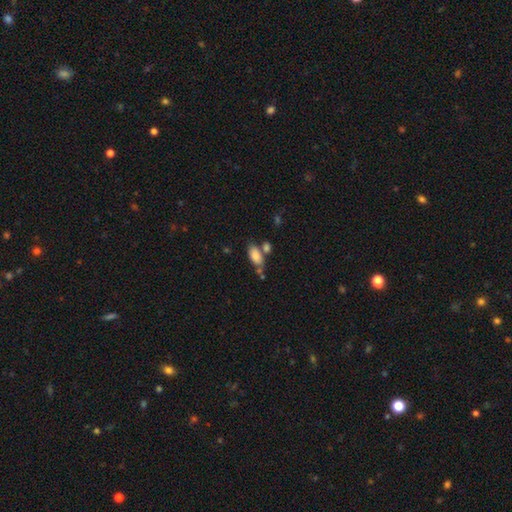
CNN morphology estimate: Smooth or featured: smooth — 83% (featured or disk — 10%)
How rounded: in between — 89% (cigar-shaped — 7%)
Merging: none — 50% (merger — 27%)